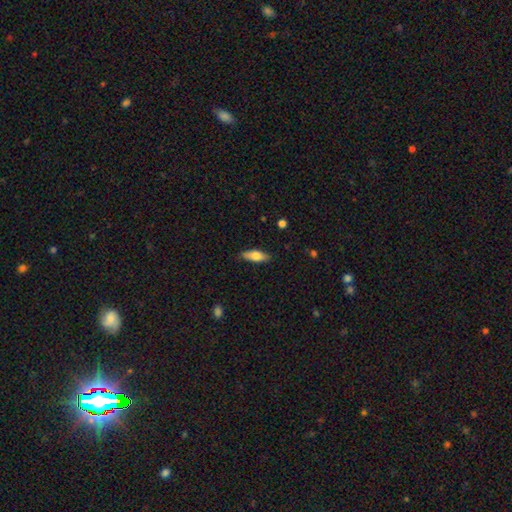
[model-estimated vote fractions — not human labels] This appears to be a smooth galaxy with no disk features (71%) that is in between round and cigar-shaped (62%). Merging: none (84%).